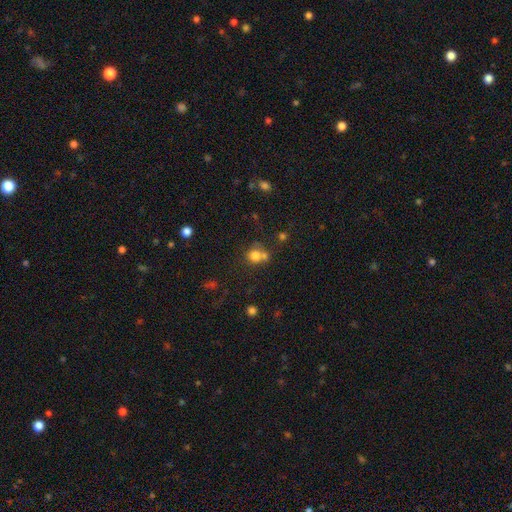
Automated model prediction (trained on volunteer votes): This is likely a smooth galaxy (75%). How rounded: likely round (79%). Merging: marginally none (43%).